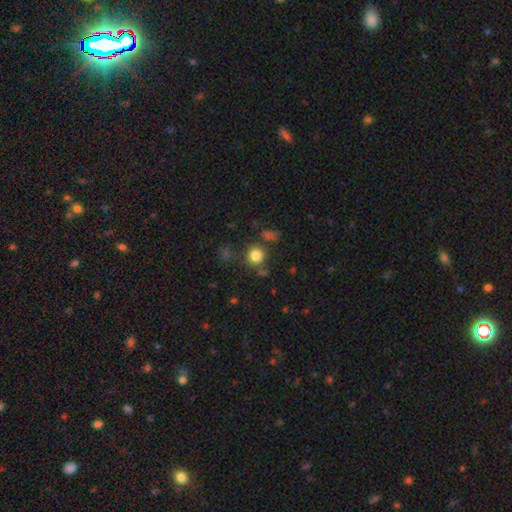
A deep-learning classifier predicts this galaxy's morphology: Smooth or featured: smooth — 81% (star or artifact — 13%)
How rounded: round — 90% (in between — 9%)
Merging: none — 78% (minor disturbance — 10%)